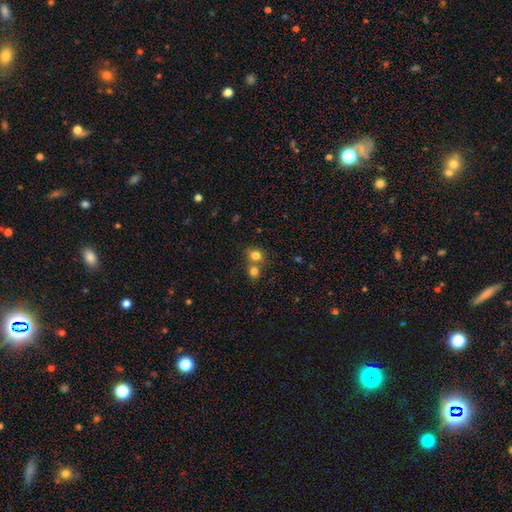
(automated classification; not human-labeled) smooth-or-featured: smooth: 79% | star or artifact: 12% | featured or disk: 9%
  how-rounded: round: 65% | in between: 34% | cigar-shaped: 1%
  merging: none: 45% | merger: 44% | minor disturbance: 8% | major disturbance: 3%